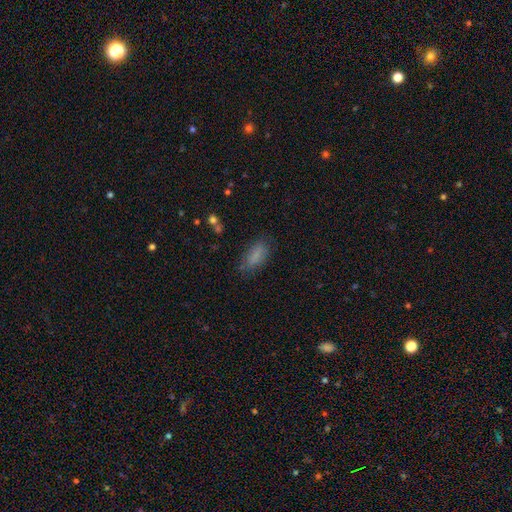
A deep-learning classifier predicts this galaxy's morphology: Smooth or featured: smooth — 81% (star or artifact — 10%)
How rounded: in between — 81% (cigar-shaped — 15%)
Merging: none — 75% (minor disturbance — 18%)